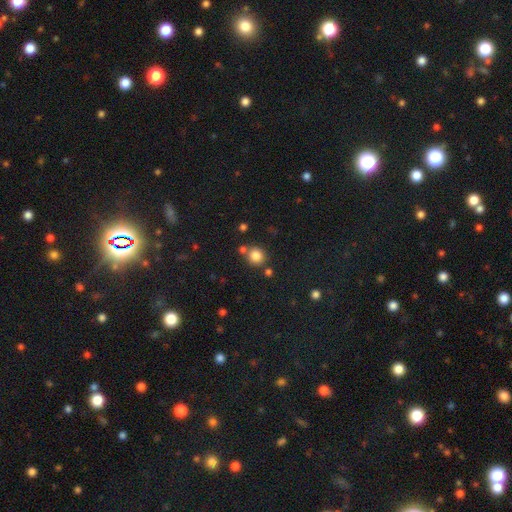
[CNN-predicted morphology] Smooth or featured?
  - smooth: 83% *
  - star or artifact: 12%
  - featured or disk: 5%
How rounded?
  - round: 90% *
  - in between: 9%
  - cigar-shaped: 1%
Merging?
  - none: 74% *
  - merger: 14%
  - minor disturbance: 9%
  - major disturbance: 3%